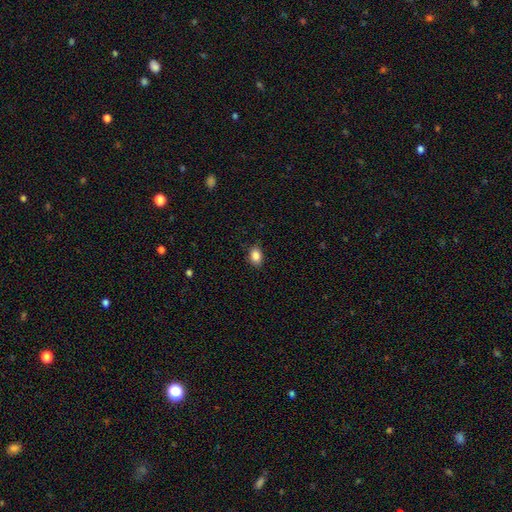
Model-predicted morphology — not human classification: Smooth or featured: smooth — 87% (star or artifact — 9%)
How rounded: in between — 79% (round — 20%)
Merging: none — 86% (minor disturbance — 11%)